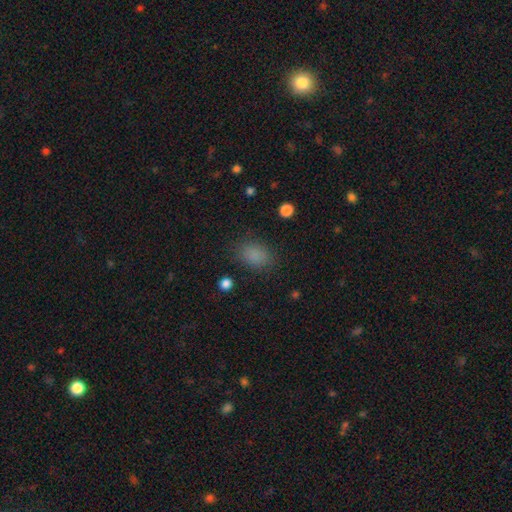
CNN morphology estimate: A smooth galaxy with no disk features (83%) that is in between round and cigar-shaped (72%).

Vote fractions:
- Smooth or featured? smooth: 83% / star or artifact: 12% / featured or disk: 4%
- How rounded? in between: 72% / round: 26% / cigar-shaped: 1%
- Merging? none: 83% / minor disturbance: 12% / major disturbance: 4% / merger: 1%